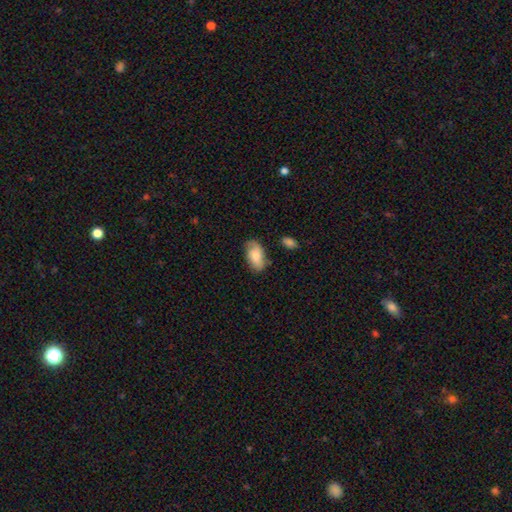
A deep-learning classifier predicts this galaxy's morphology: This appears to be a smooth galaxy with no disk features (72%) that is in between round and cigar-shaped (93%). Merging: none (63%).